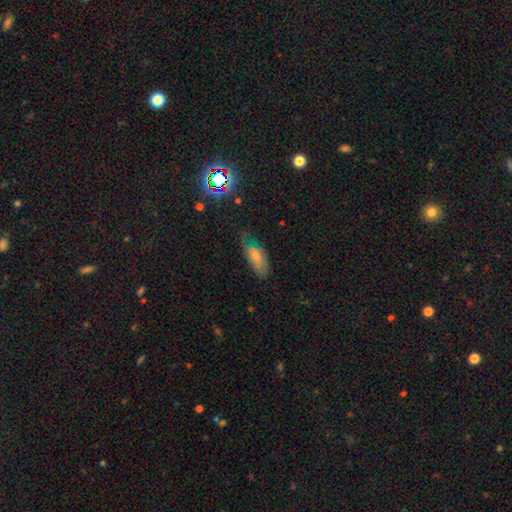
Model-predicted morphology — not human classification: Smooth or featured?
  - smooth: 58% *
  - featured or disk: 32%
  - star or artifact: 10%
How rounded?
  - in between: 85% *
  - cigar-shaped: 12%
  - round: 3%
Merging?
  - none: 51% *
  - minor disturbance: 33%
  - major disturbance: 14%
  - merger: 2%